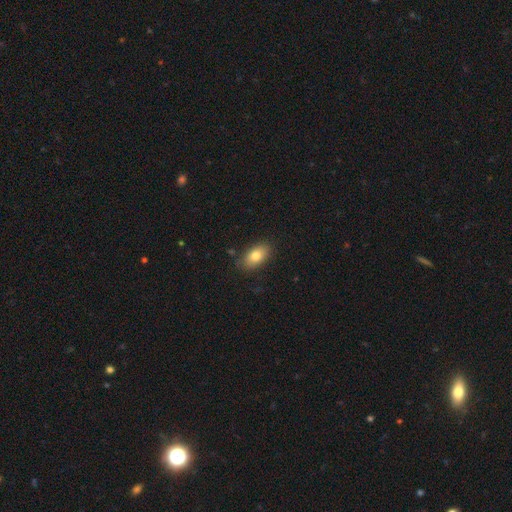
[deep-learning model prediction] Smooth or featured: smooth — 80% (featured or disk — 12%)
How rounded: in between — 90% (round — 7%)
Merging: none — 84% (minor disturbance — 12%)